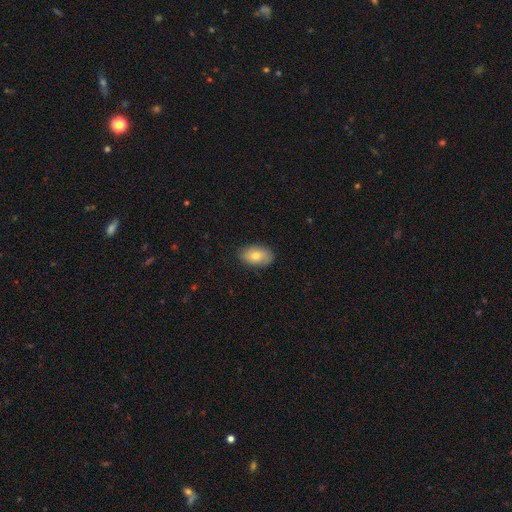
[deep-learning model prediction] A smooth galaxy with no disk features (71%) that is in between round and cigar-shaped (90%).

Vote fractions:
- Smooth or featured? smooth: 71% / featured or disk: 21% / star or artifact: 7%
- How rounded? in between: 90% / round: 9% / cigar-shaped: 2%
- Merging? none: 82% / minor disturbance: 14% / major disturbance: 3% / merger: 1%